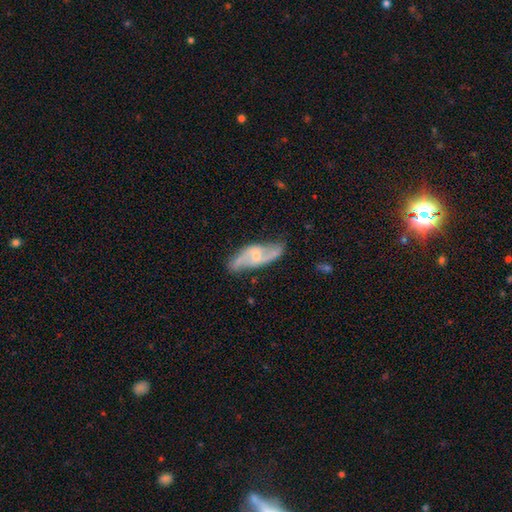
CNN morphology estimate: The model was most divided on "bar": no: 44%, weak: 43%, strong: 13%. Remaining: spiral arms — yes (92%); edge-on disk — no (89%); spiral arm count — 2 (88%); smooth or featured — featured or disk (79%); merging — none (72%); bulge size — small (58%); spiral winding — loose (50%).